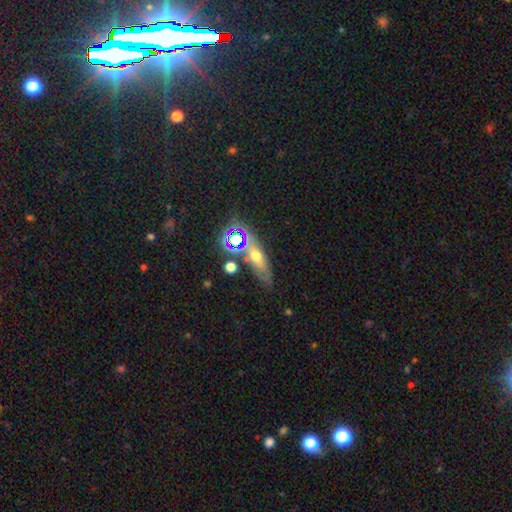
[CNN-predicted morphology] smooth_or_featured: smooth (p=0.41) [alt: featured or disk p=0.31]
merging: none (p=0.63) [alt: minor disturbance p=0.17]